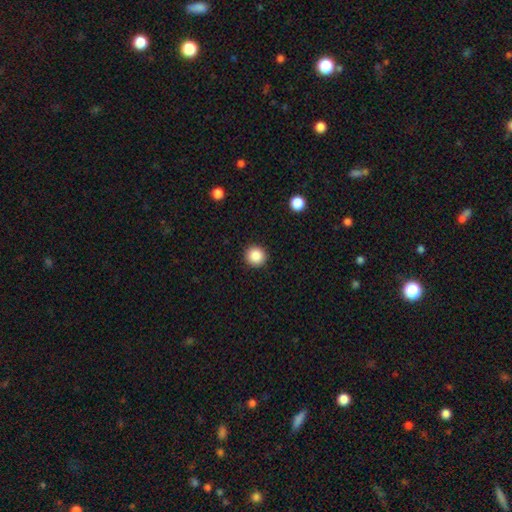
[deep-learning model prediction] A smooth galaxy with no disk features (87%) that is round (95%). Merging: none (92%).